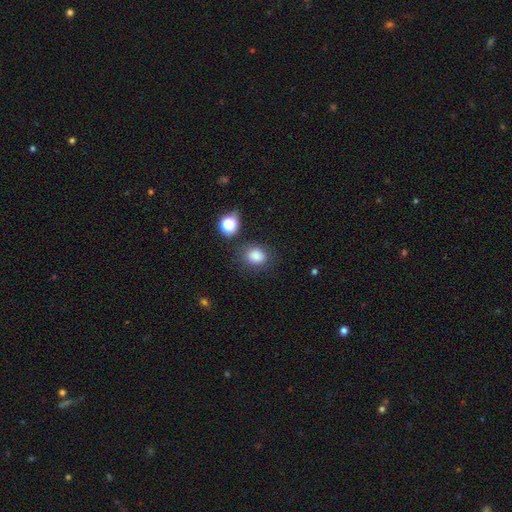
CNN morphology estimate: The model was most divided on "how rounded": round: 60%, in between: 39%, cigar-shaped: 1%. More confident: smooth or featured — smooth (83%); merging — none (74%).